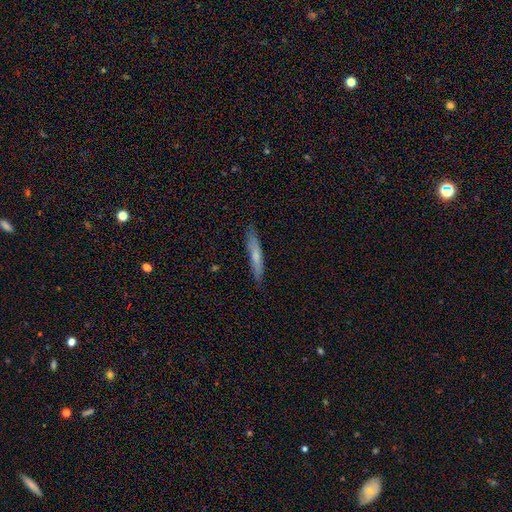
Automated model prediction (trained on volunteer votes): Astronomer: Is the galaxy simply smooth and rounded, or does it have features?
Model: smooth — 60%.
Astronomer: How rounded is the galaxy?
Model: cigar-shaped — 92%.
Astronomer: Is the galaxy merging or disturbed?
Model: none — 86%.